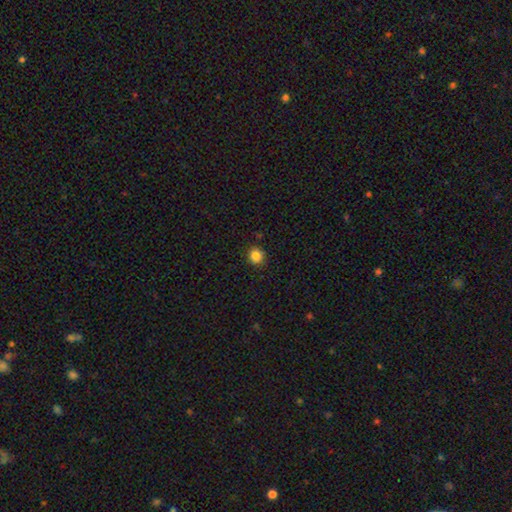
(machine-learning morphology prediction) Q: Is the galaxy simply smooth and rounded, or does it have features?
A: smooth — 84%.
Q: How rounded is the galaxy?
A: round — 88%.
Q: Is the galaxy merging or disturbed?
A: none — 89%.